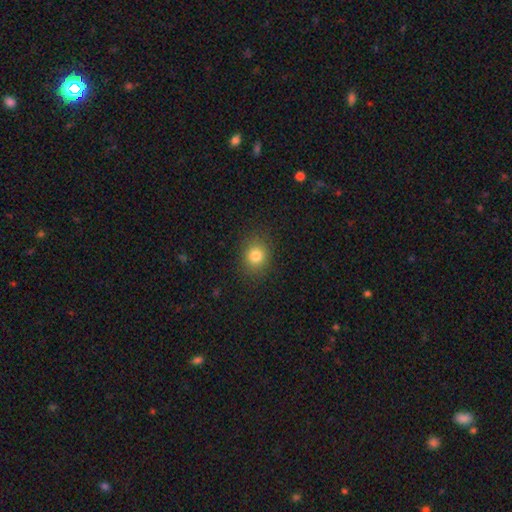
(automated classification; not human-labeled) Q: Smooth or featured?
A: smooth (81%); runner-up: star or artifact (12%)
Q: How rounded?
A: round (67%); runner-up: in between (32%)
Q: Merging?
A: none (88%); runner-up: minor disturbance (8%)